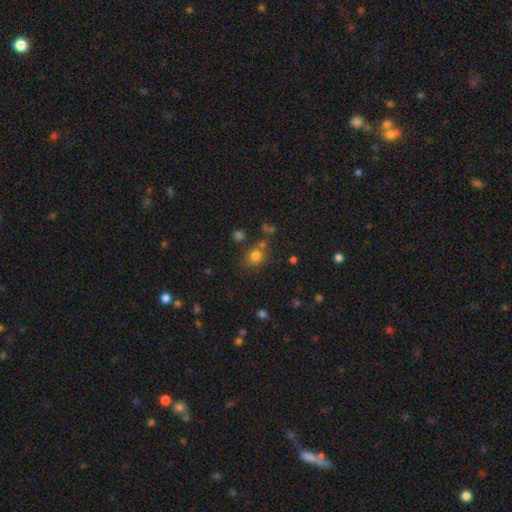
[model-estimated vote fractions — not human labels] A smooth galaxy with no disk features (75%) that is round (74%).

Vote fractions:
- Smooth or featured? smooth: 75% / star or artifact: 17% / featured or disk: 8%
- How rounded? round: 74% / in between: 24% / cigar-shaped: 1%
- Merging? none: 66% / minor disturbance: 14% / merger: 14% / major disturbance: 6%